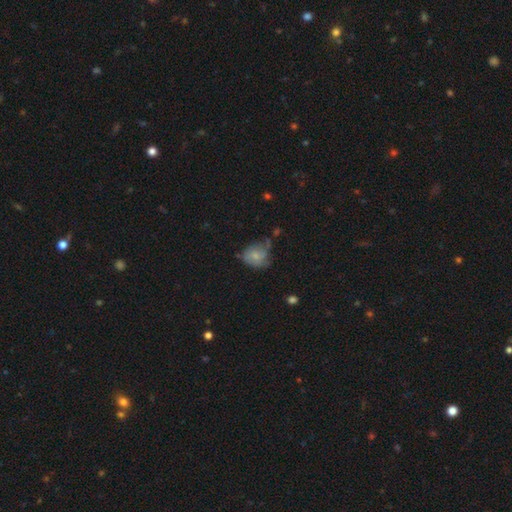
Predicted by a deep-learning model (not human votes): smooth-or-featured: smooth: 63% | featured or disk: 28% | star or artifact: 9%
  how-rounded: round: 57% | in between: 42% | cigar-shaped: 1%
  merging: none: 39% | minor disturbance: 36% | major disturbance: 20% | merger: 5%